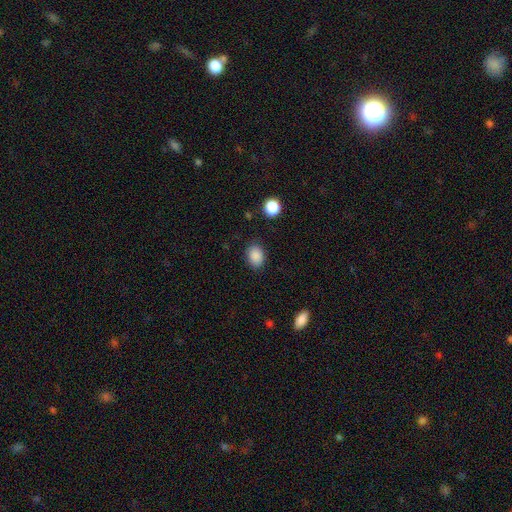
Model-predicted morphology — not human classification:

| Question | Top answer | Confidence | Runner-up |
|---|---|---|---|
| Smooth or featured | smooth | 88% | star or artifact (9%) |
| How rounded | in between | 63% | round (36%) |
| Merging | none | 84% | minor disturbance (11%) |